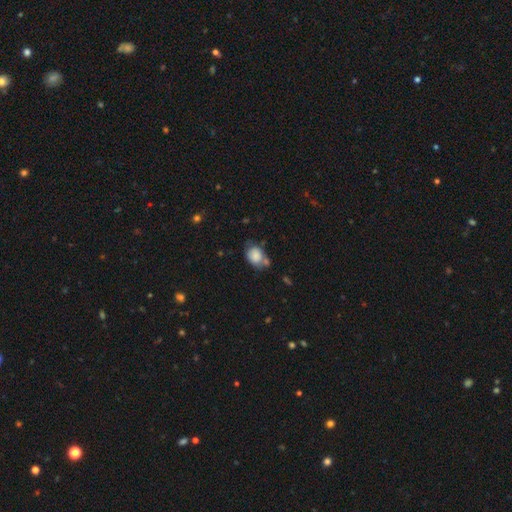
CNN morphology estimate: Q: Smooth or featured?
A: smooth (84%); runner-up: star or artifact (8%)
Q: How rounded?
A: in between (57%); runner-up: round (42%)
Q: Merging?
A: none (49%); runner-up: minor disturbance (23%)